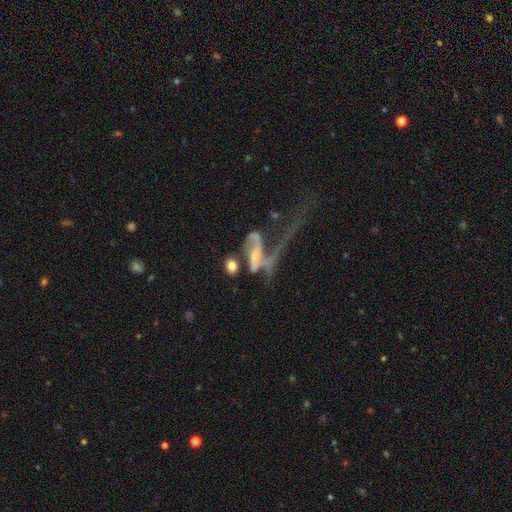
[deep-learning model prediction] A featured or disk galaxy (67%) with no bar (56%), spiral arms (66%) and a small central bulge (40%).

Vote fractions:
- Smooth or featured? featured or disk: 67% / smooth: 22% / star or artifact: 11%
- Edge-on disk? no: 91% / yes: 9%
- Bar? no: 56% / weak: 27% / strong: 17%
- Spiral arms? yes: 66% / no: 34%
- Bulge size? small: 40% / none: 35% / moderate: 19% / large: 4% / dominant: 2%
- Merging? major disturbance: 44% / merger: 33% / none: 14% / minor disturbance: 9%